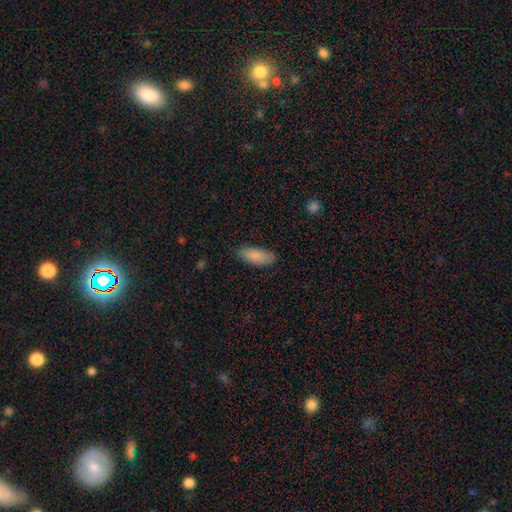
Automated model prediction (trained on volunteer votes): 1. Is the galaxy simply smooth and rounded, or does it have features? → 87% smooth, 7% featured or disk, 6% star or artifact.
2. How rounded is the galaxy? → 81% in between, 17% cigar-shaped, 2% round.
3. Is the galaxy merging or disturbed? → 82% none, 14% minor disturbance, 3% major disturbance, 1% merger.